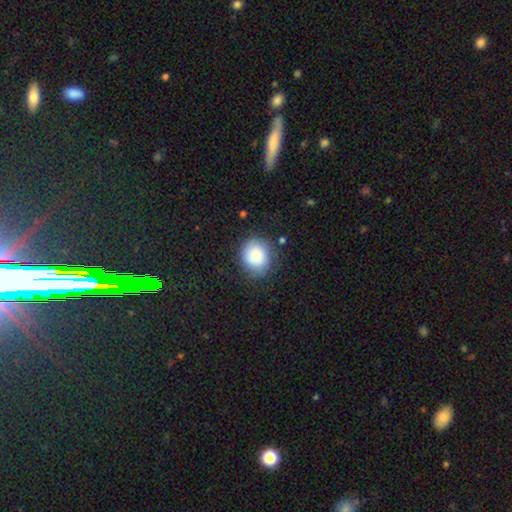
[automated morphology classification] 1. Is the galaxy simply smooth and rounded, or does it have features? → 84% smooth, 9% featured or disk, 8% star or artifact.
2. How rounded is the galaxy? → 77% round, 22% in between, 1% cigar-shaped.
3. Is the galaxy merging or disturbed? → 75% none, 17% minor disturbance, 6% major disturbance, 2% merger.